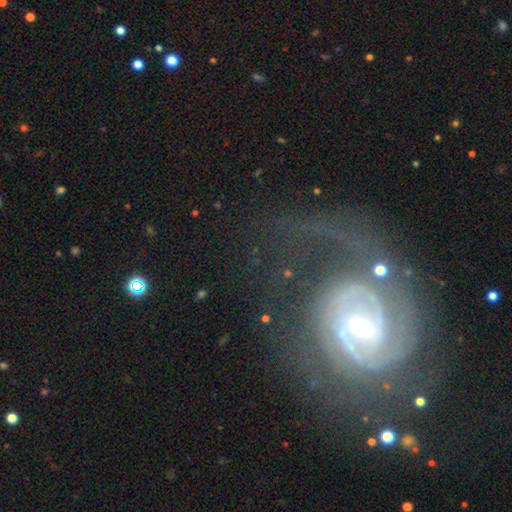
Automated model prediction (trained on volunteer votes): featured or disk 85%, star or artifact 8%, smooth 7%. Down the decision tree: edge-on disk — no (97%); bar — weak (43%); spiral arms — yes (94%); spiral arm count — 2 (48%); spiral winding — tight (56%); bulge size — small (58%); merging — none (49%).